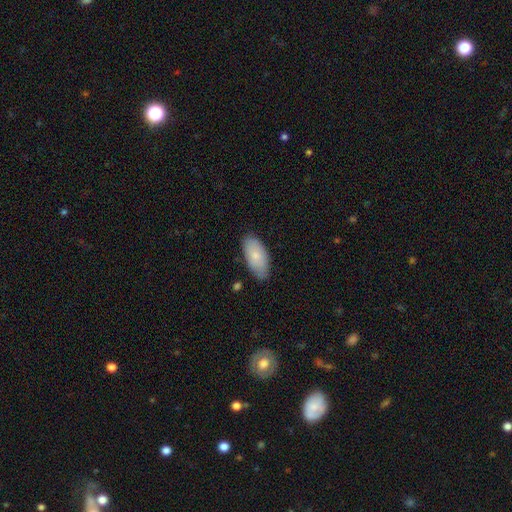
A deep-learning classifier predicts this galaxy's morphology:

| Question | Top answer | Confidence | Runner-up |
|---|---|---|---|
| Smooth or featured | smooth | 78% | featured or disk (16%) |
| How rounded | in between | 93% | cigar-shaped (5%) |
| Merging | none | 77% | minor disturbance (18%) |